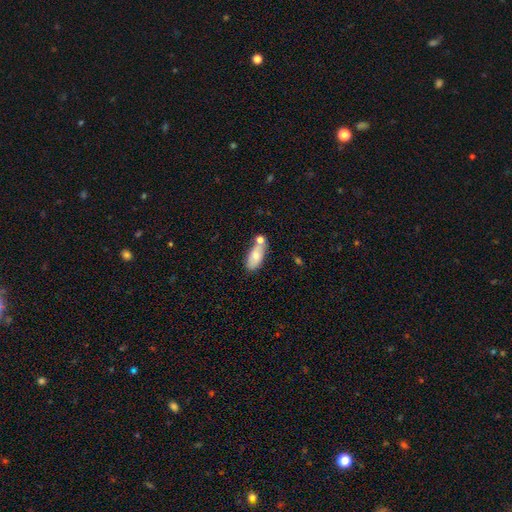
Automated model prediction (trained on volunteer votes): smooth 70%, featured or disk 23%, star or artifact 7%. Down the decision tree: how rounded — in between (86%); merging — none (46%).